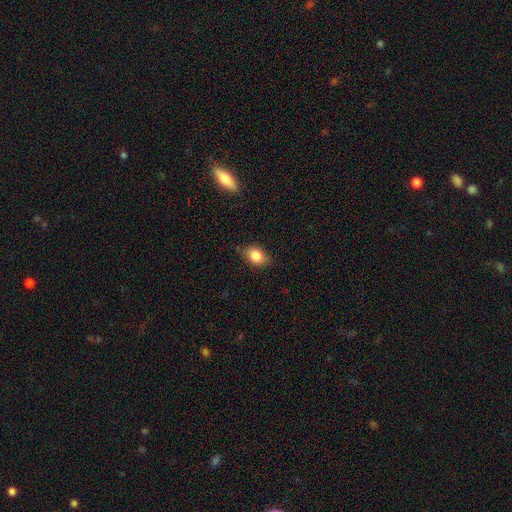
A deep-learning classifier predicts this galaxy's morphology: smooth-or-featured: smooth: 83% | star or artifact: 9% | featured or disk: 8%
  how-rounded: in between: 76% | round: 22% | cigar-shaped: 2%
  merging: none: 78% | minor disturbance: 18% | major disturbance: 3% | merger: 1%